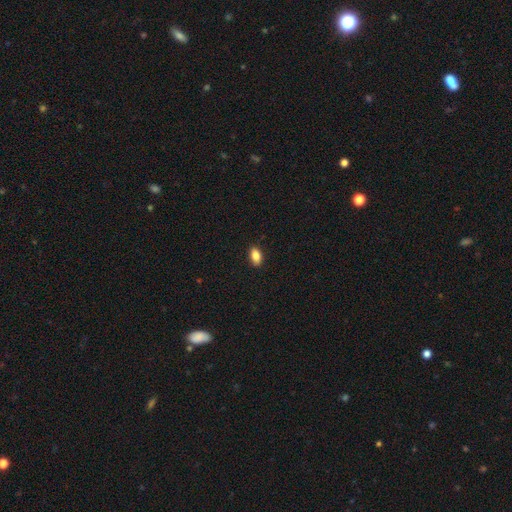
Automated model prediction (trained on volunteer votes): Smooth or featured? smooth (85%)
How rounded? in between (89%)
Merging? none (89%)